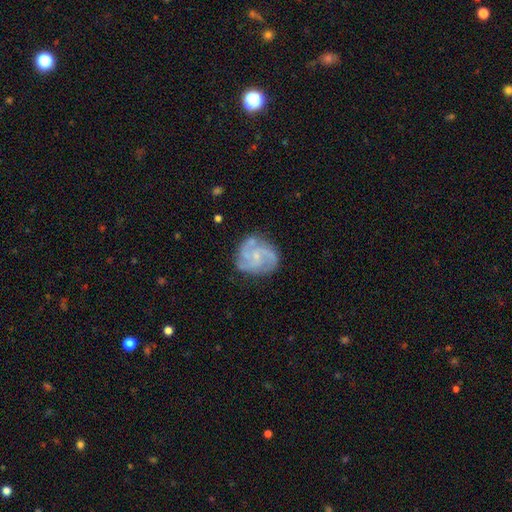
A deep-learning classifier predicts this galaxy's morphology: Smooth or featured? featured or disk (84%)
Edge-on disk? no (98%)
Bar? no (64%)
Spiral arms? yes (97%)
Spiral winding? medium (54%)
Spiral arm count? 3 (51%)
Bulge size? small (71%)
Merging? none (72%)